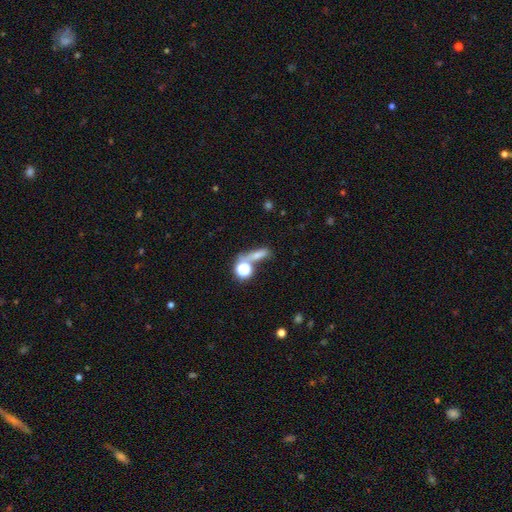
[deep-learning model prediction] Smooth or featured?
  - smooth: 60% *
  - star or artifact: 23%
  - featured or disk: 18%
How rounded?
  - cigar-shaped: 42% *
  - in between: 36%
  - round: 22%
Merging?
  - none: 48% *
  - merger: 29%
  - minor disturbance: 13%
  - major disturbance: 10%